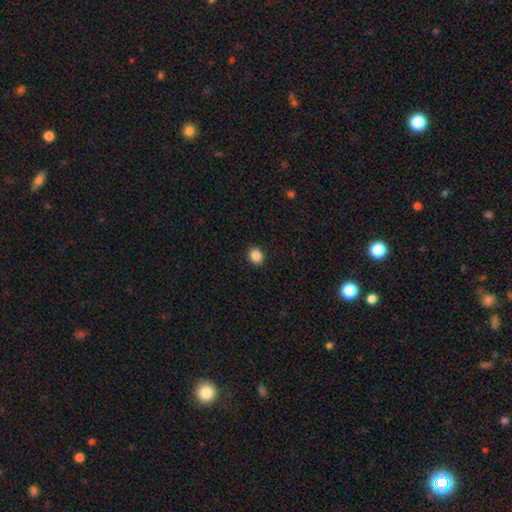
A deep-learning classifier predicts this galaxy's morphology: Smooth or featured?
  - smooth: 87% *
  - star or artifact: 9%
  - featured or disk: 3%
How rounded?
  - round: 55% *
  - in between: 44%
  - cigar-shaped: 1%
Merging?
  - none: 91% *
  - minor disturbance: 7%
  - major disturbance: 2%
  - merger: 1%